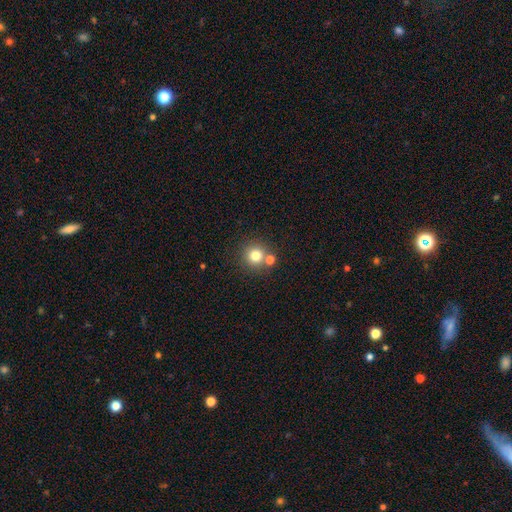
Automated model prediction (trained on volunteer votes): Smooth or featured? smooth (78%)
How rounded? round (94%)
Merging? none (71%)